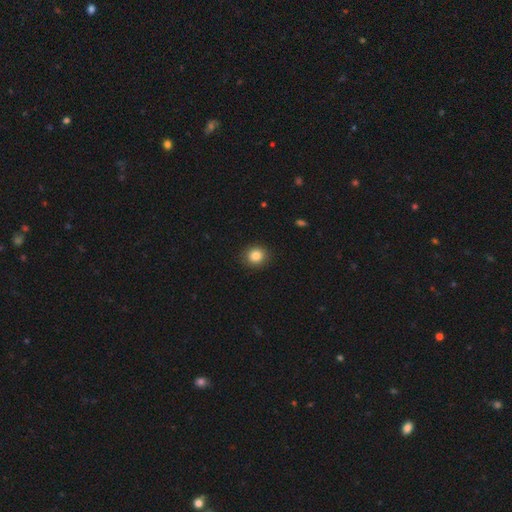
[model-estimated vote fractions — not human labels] Overall: smooth (86%). How rounded: round (83%). Merging: none (89%).